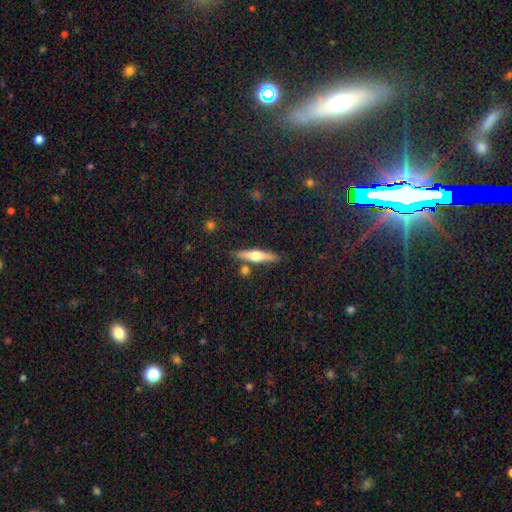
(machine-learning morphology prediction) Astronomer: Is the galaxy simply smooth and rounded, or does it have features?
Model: featured or disk — 49% (runner-up: smooth, 44%).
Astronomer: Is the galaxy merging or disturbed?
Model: none — 83%.